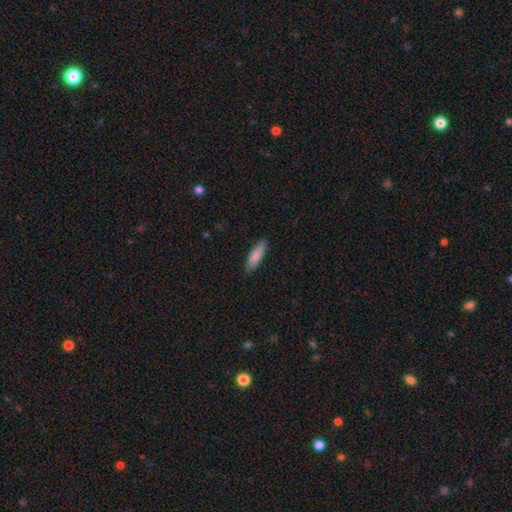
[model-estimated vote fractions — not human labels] Smooth or featured: smooth — 86% (featured or disk — 8%)
How rounded: cigar-shaped — 64% (in between — 34%)
Merging: none — 86% (minor disturbance — 11%)